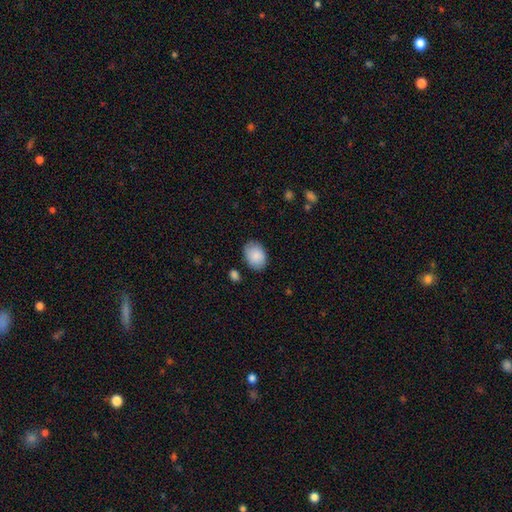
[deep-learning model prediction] A smooth galaxy with no disk features (88%) that is in between round and cigar-shaped (79%).

Vote fractions:
- Smooth or featured? smooth: 88% / star or artifact: 6% / featured or disk: 6%
- How rounded? in between: 79% / round: 20% / cigar-shaped: 1%
- Merging? none: 80% / minor disturbance: 15% / major disturbance: 3% / merger: 2%